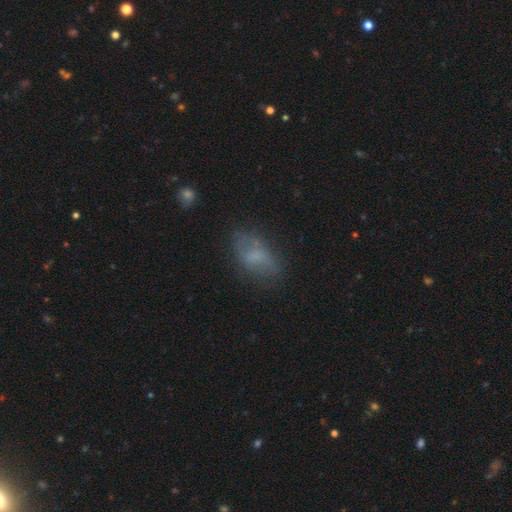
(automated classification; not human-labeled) This is possibly a smooth galaxy (59%). How rounded: clearly in between (88%). Merging: possibly none (60%).